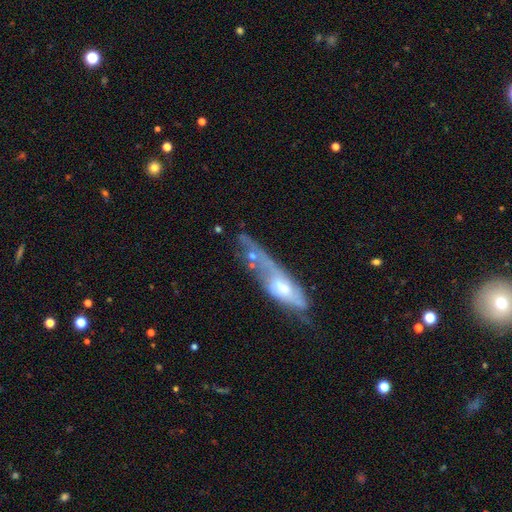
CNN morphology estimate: type=featured or disk (61%); edge-on=no (63%); merging=none (34%).